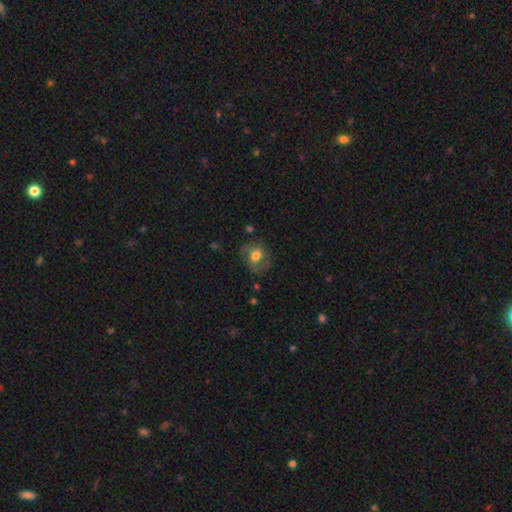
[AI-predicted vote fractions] The model was most divided on "smooth or featured": smooth: 56%, featured or disk: 36%, star or artifact: 8%. More confident: merging — none (68%); how rounded — round (60%).